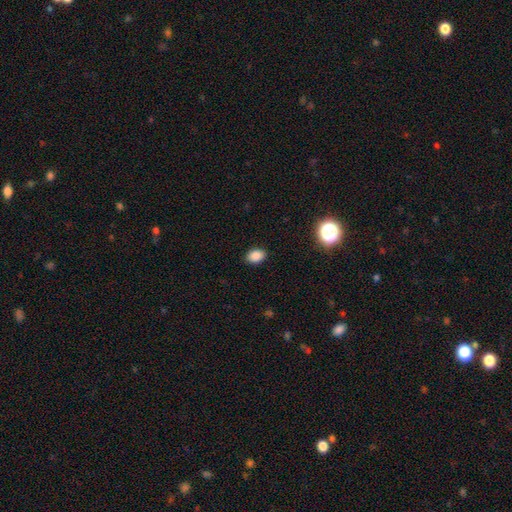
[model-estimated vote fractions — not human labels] This appears to be a smooth galaxy with no disk features (85%) that is in between round and cigar-shaped (77%). Merging: none (89%).